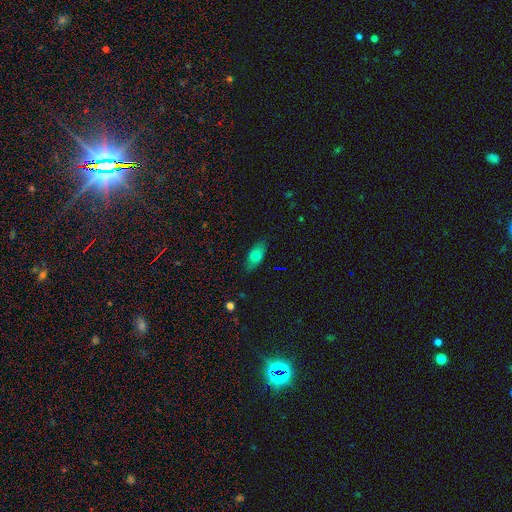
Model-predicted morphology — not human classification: Smooth or featured? Predicted: smooth (p=0.73). How rounded? Predicted: in between (p=0.84). Merging? Predicted: none (p=0.82).